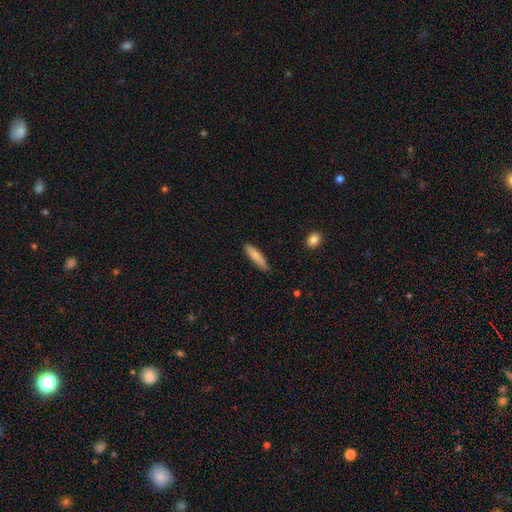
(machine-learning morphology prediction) This is clearly a smooth galaxy (81%). How rounded: likely cigar-shaped (77%). Merging: clearly none (81%).